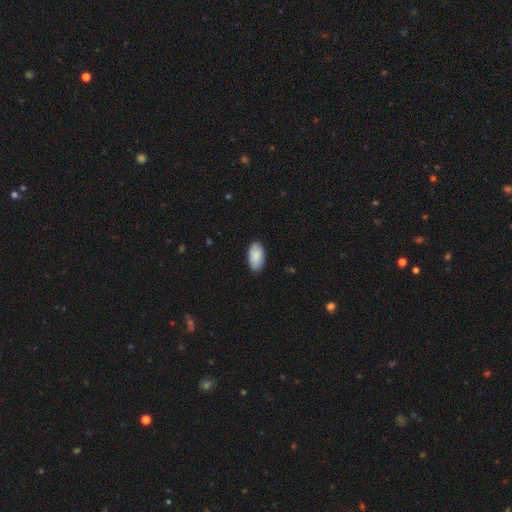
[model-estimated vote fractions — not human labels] Overall: smooth (88%). How rounded: in between (95%). Merging: none (85%).